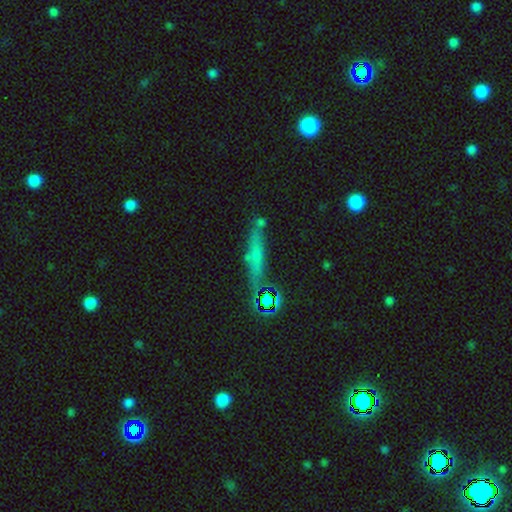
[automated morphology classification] This appears to be a smooth galaxy with no disk features (48%). Merging: none (70%).